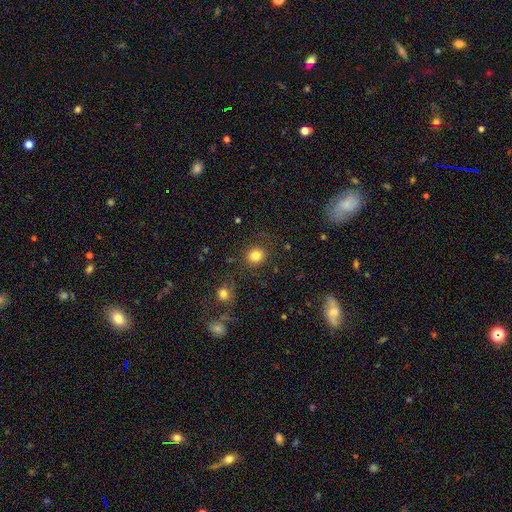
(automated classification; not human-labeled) A smooth galaxy with no disk features (82%) that is round (88%).

Vote fractions:
- Smooth or featured? smooth: 82% / star or artifact: 13% / featured or disk: 6%
- How rounded? round: 88% / in between: 11% / cigar-shaped: 1%
- Merging? none: 84% / minor disturbance: 9% / major disturbance: 4% / merger: 3%